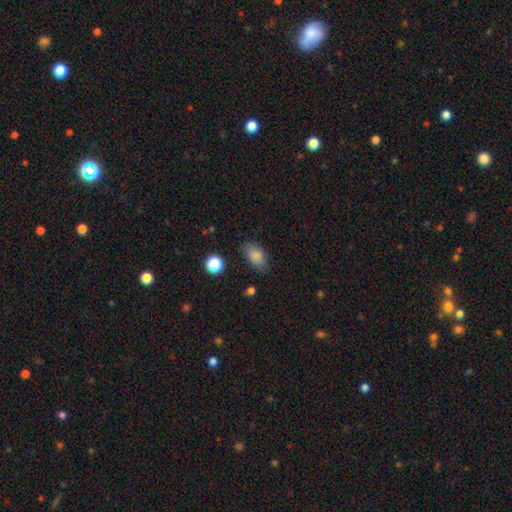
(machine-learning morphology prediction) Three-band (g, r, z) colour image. It shows a smooth galaxy with no disk features (84%) that is in between round and cigar-shaped (88%). Merging: none (75%).